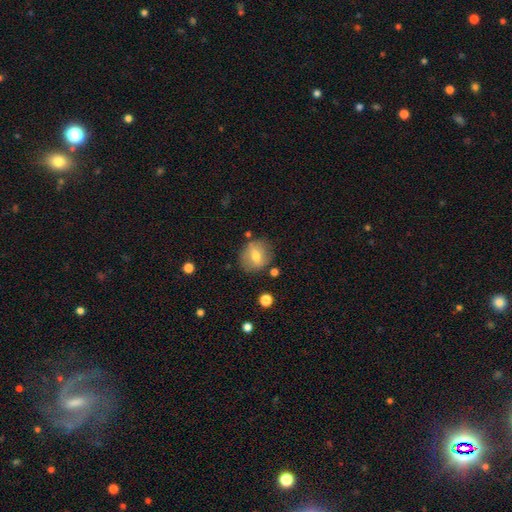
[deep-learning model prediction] Morphology: type=smooth (58%); roundness=round (70%); merging=none (78%).